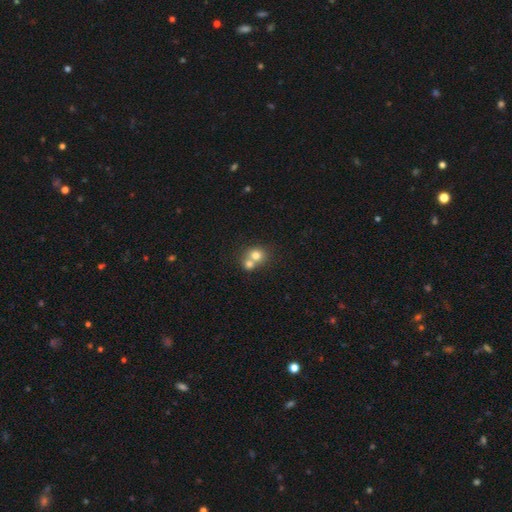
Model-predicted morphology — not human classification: Smooth or featured? Predicted: smooth (p=0.73). How rounded? Predicted: round (p=0.79). Merging? Predicted: merger (p=0.61).